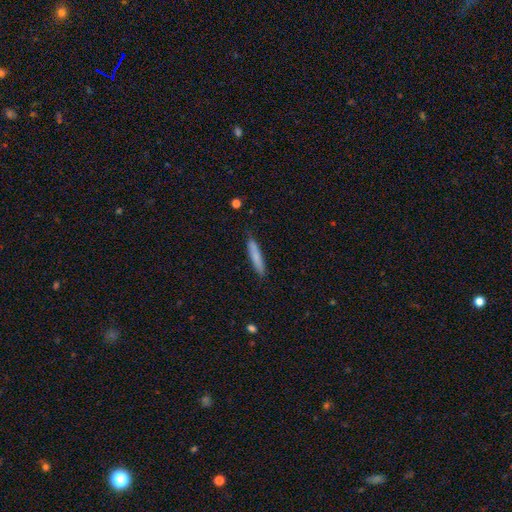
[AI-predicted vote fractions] This appears to be a smooth galaxy with no disk features (79%) that is cigar-shaped (92%). Merging: none (87%).